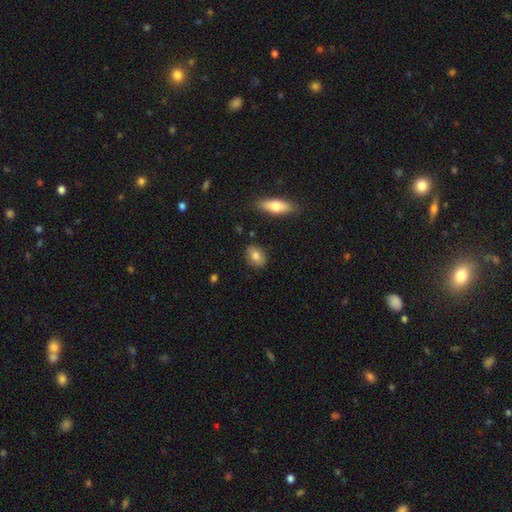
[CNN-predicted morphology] smooth-or-featured: smooth: 80% | featured or disk: 13% | star or artifact: 7%
  how-rounded: in between: 72% | round: 24% | cigar-shaped: 3%
  merging: none: 85% | minor disturbance: 11% | major disturbance: 2% | merger: 2%